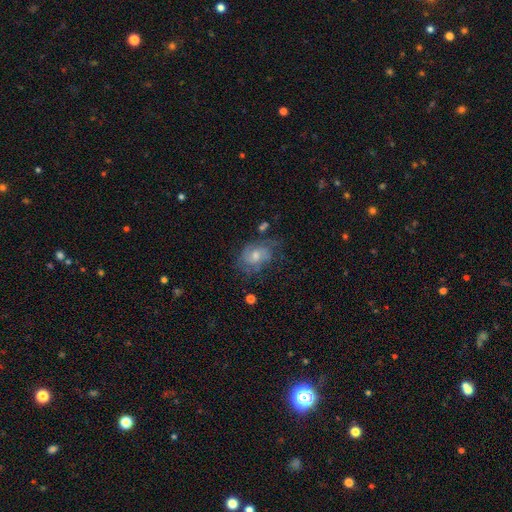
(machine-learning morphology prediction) A featured or disk galaxy (66%) with no bar (60%), 2 (41%) tight (43%) spiral arms (87%) and a moderate central bulge (53%).

Vote fractions:
- Smooth or featured? featured or disk: 66% / smooth: 22% / star or artifact: 13%
- Edge-on disk? no: 97% / yes: 3%
- Bar? no: 60% / weak: 34% / strong: 6%
- Spiral arms? yes: 87% / no: 13%
- Spiral winding? tight: 43% / medium: 41% / loose: 16%
- Spiral arm count? 2: 41% / can't tell: 34% / 3: 12% / 1: 6% / 4: 4% / more than 4: 3%
- Bulge size? moderate: 53% / small: 37% / large: 5% / none: 4% / dominant: 1%
- Merging? none: 62% / minor disturbance: 22% / major disturbance: 14% / merger: 3%